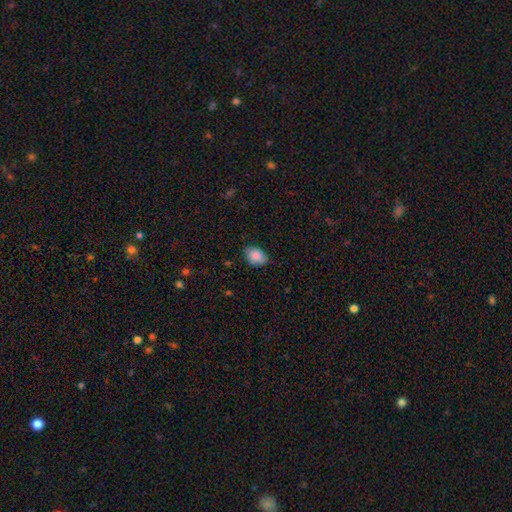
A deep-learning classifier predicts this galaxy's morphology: Smooth or featured? Predicted: smooth (p=0.87). How rounded? Predicted: in between (p=0.80). Merging? Predicted: none (p=0.75).